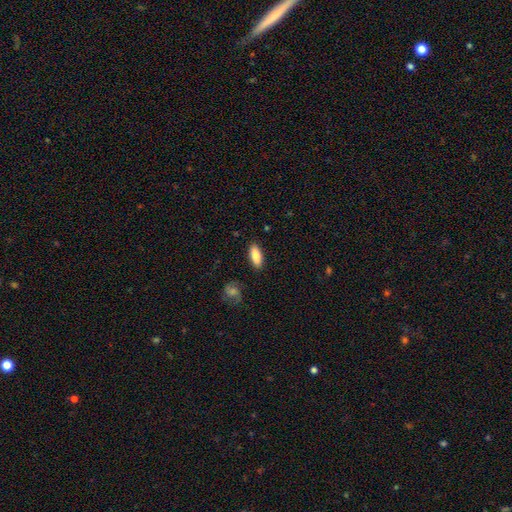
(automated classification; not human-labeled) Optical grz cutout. It shows a smooth galaxy with no disk features (85%) that is in between round and cigar-shaped (77%). Merging: none (87%).